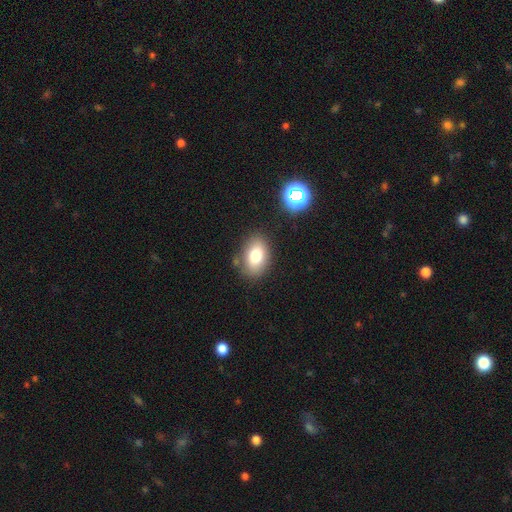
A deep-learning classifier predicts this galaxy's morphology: smooth 77%, featured or disk 13%, star or artifact 10%. Down the decision tree: how rounded — in between (84%); merging — none (80%).